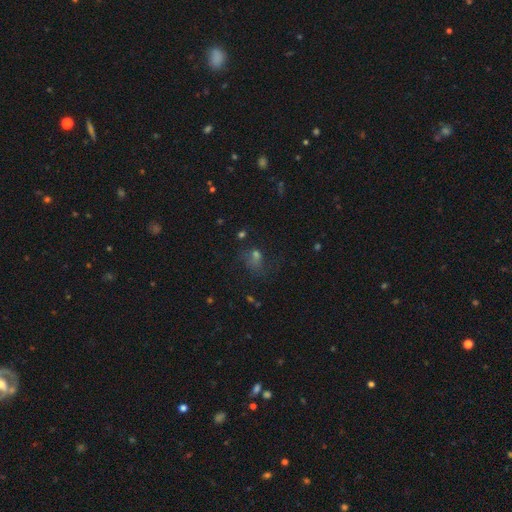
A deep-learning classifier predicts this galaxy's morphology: Smooth or featured?
  - smooth: 46% *
  - star or artifact: 35%
  - featured or disk: 19%
Merging?
  - none: 46% *
  - major disturbance: 29%
  - minor disturbance: 21%
  - merger: 5%